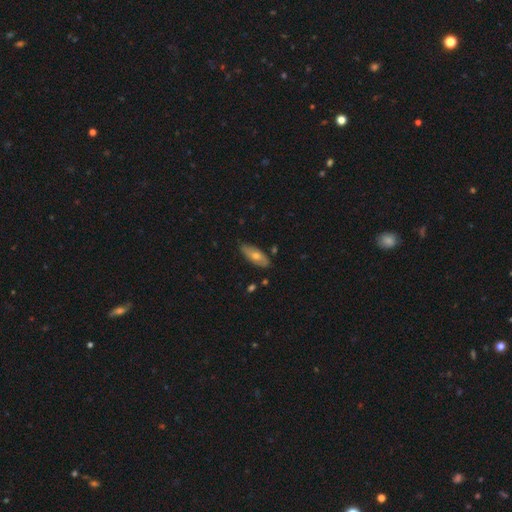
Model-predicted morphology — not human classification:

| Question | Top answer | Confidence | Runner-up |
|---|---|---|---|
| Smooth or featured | smooth | 50% | featured or disk (43%) |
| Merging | none | 80% | minor disturbance (16%) |